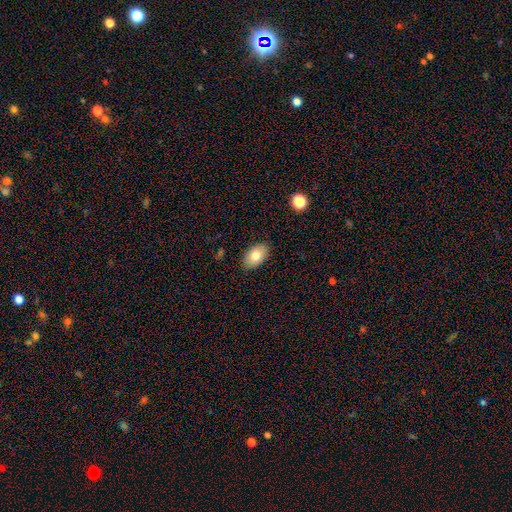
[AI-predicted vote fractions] A smooth galaxy with no disk features (79%) that is in between round and cigar-shaped (92%).

Vote fractions:
- Smooth or featured? smooth: 79% / featured or disk: 14% / star or artifact: 7%
- How rounded? in between: 92% / round: 7% / cigar-shaped: 1%
- Merging? none: 87% / minor disturbance: 10% / major disturbance: 2% / merger: 1%